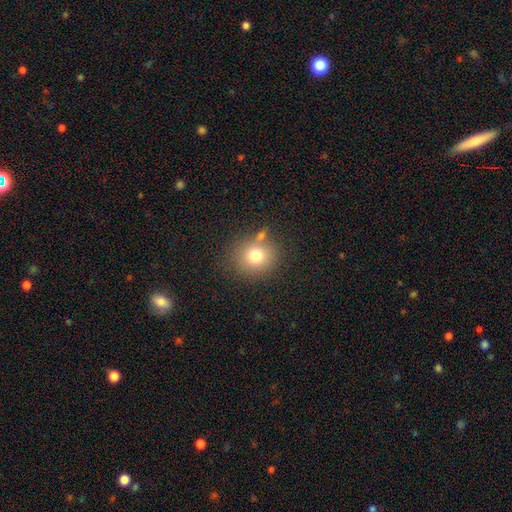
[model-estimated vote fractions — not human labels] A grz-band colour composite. It shows a smooth galaxy with no disk features (75%) that is round (82%). Merging: none (73%).